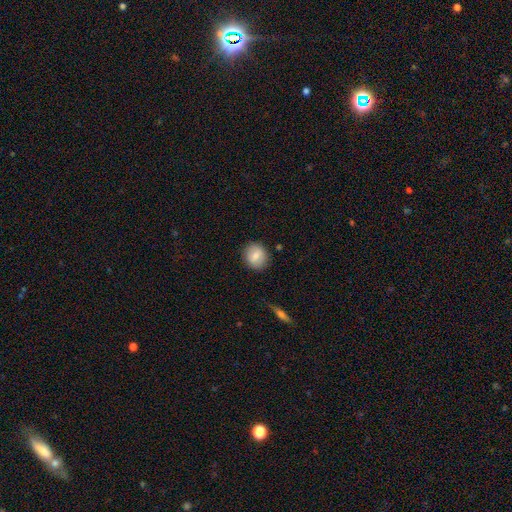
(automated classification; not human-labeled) Smooth or featured: smooth — 78% (featured or disk — 15%)
How rounded: round — 78% (in between — 21%)
Merging: none — 86% (minor disturbance — 10%)